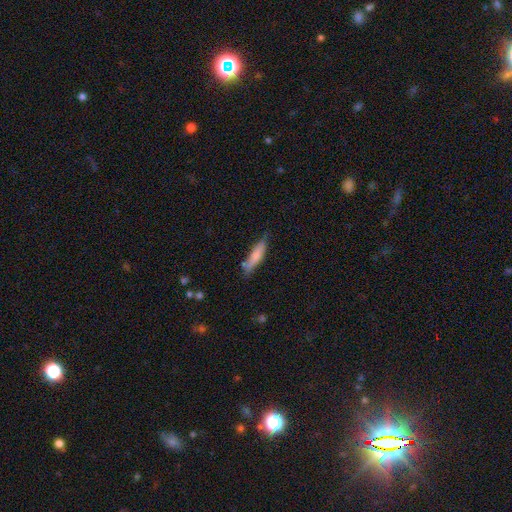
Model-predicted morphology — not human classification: smooth_or_featured: smooth (p=0.73) [alt: featured or disk p=0.21]
how_rounded: cigar-shaped (p=0.77) [alt: in between p=0.21]
merging: none (p=0.69) [alt: minor disturbance p=0.23]